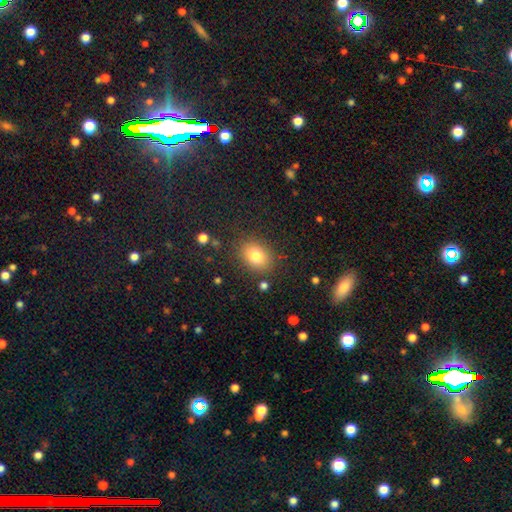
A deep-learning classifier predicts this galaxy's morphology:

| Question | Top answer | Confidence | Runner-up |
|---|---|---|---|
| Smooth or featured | smooth | 80% | star or artifact (11%) |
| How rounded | in between | 60% | round (39%) |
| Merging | none | 84% | minor disturbance (10%) |